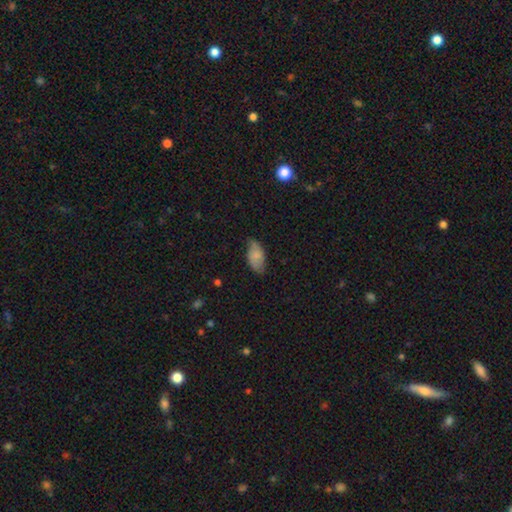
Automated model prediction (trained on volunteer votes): Morphology: type=smooth (75%); roundness=in between (94%); merging=none (63%).